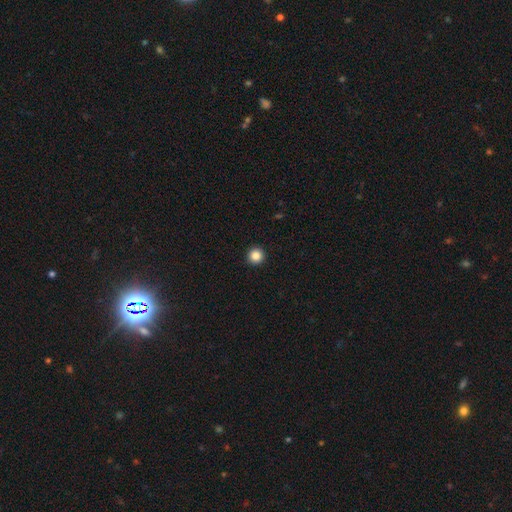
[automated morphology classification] type=smooth (86%); roundness=round (97%); merging=none (94%).